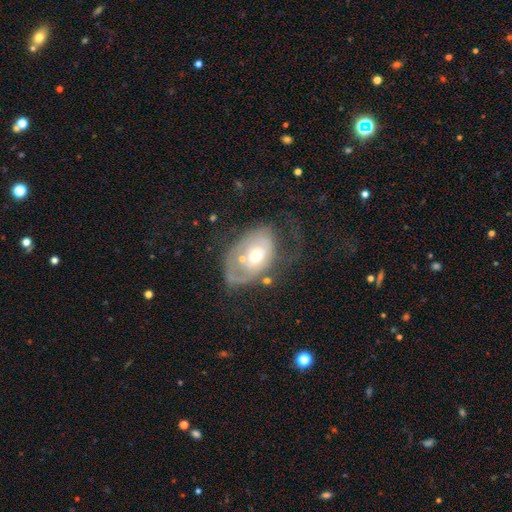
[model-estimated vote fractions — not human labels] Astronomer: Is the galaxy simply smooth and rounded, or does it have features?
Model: featured or disk — 54% (runner-up: smooth, 39%).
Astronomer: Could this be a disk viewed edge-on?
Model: no — 93%.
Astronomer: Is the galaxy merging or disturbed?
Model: major disturbance — 41% (runner-up: none, 26%).